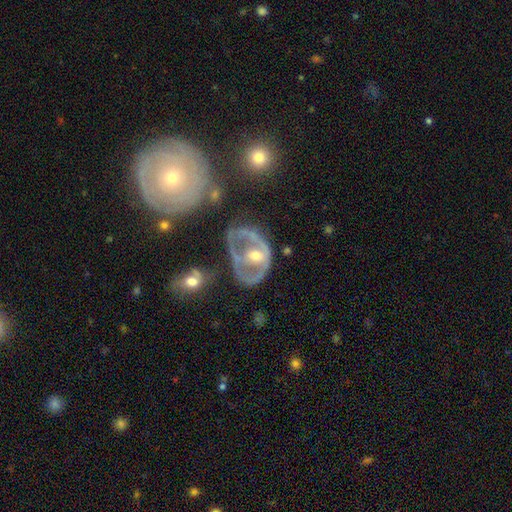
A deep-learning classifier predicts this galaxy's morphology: This appears to be a featured or disk galaxy (72%) with no bar (57%), no spiral arms (62%) and a moderate central bulge (62%). Merging: major disturbance (34%).